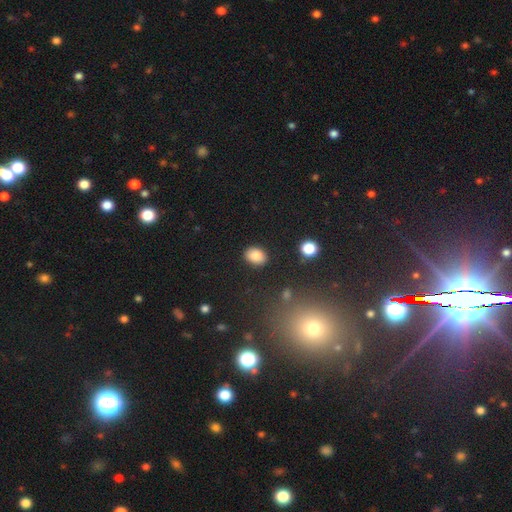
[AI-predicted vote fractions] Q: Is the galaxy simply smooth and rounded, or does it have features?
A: smooth — 86%.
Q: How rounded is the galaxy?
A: in between — 72%.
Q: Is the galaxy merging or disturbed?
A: none — 86%.